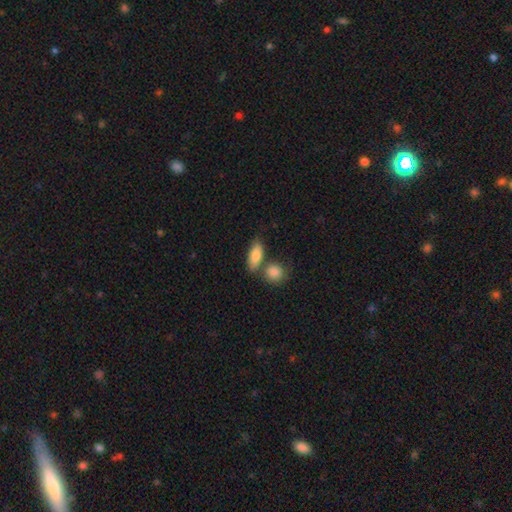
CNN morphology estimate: Smooth or featured? smooth (83%)
How rounded? in between (80%)
Merging? none (57%)